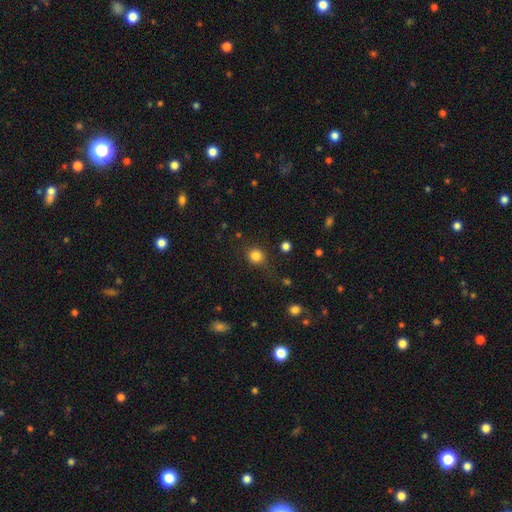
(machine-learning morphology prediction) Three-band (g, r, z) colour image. It shows a smooth galaxy with no disk features (84%) that is round (87%). Merging: none (81%).